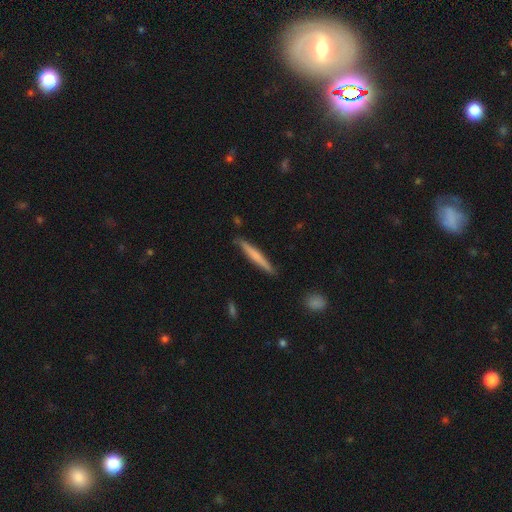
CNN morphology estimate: Smooth or featured: smooth — 60% (featured or disk — 35%)
How rounded: cigar-shaped — 96% (in between — 3%)
Merging: none — 88% (minor disturbance — 9%)